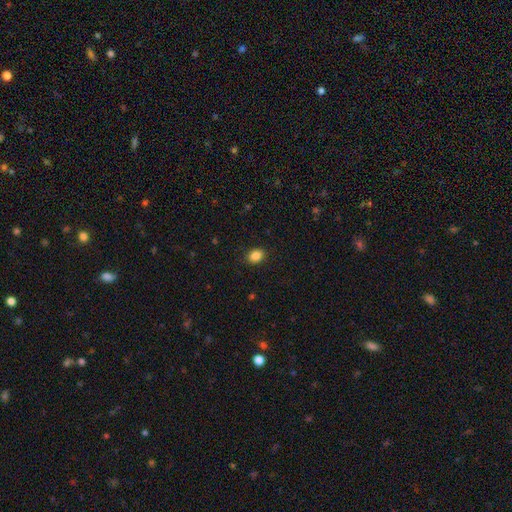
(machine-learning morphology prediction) Smooth or featured? smooth (86%)
How rounded? in between (66%)
Merging? none (89%)